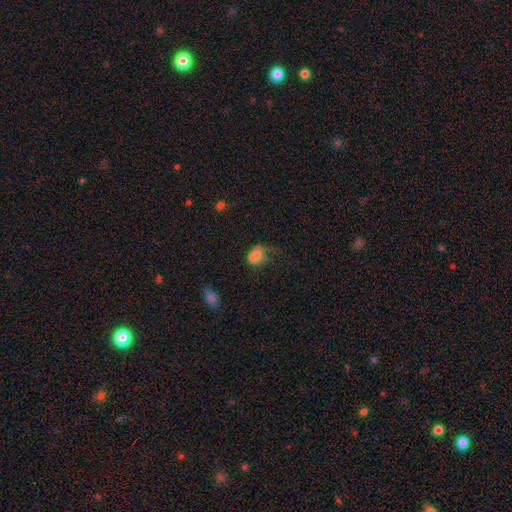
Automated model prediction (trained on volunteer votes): Overall: smooth (75%). How rounded: in between (70%). Merging: major disturbance (35%; none 29%).